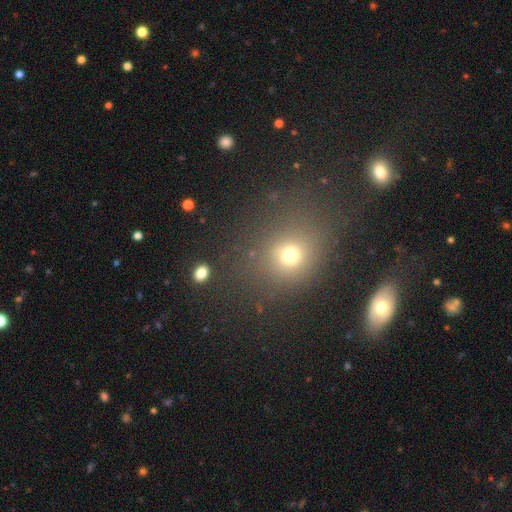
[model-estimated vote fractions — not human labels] smooth_or_featured: smooth (p=0.60) [alt: star or artifact p=0.30]
how_rounded: round (p=0.70) [alt: in between p=0.29]
merging: none (p=0.76) [alt: minor disturbance p=0.12]